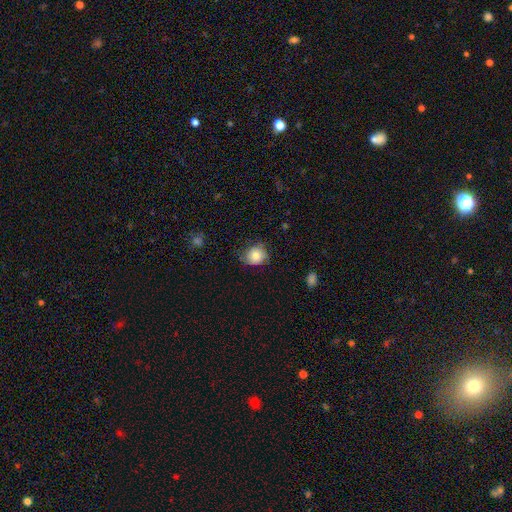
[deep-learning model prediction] The model was most divided on "merging": none: 69%, minor disturbance: 24%, major disturbance: 6%, merger: 1%. More confident: smooth or featured — smooth (81%); how rounded — round (80%).